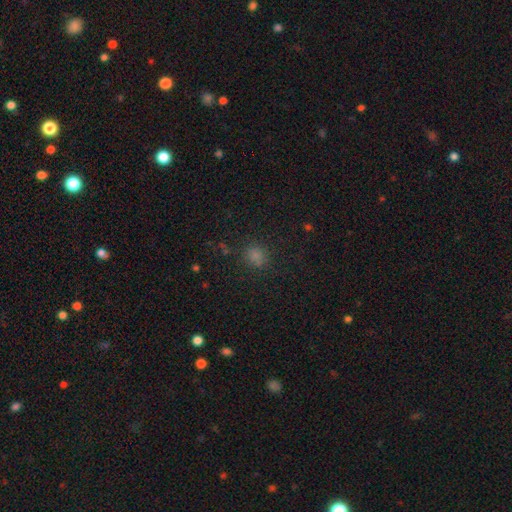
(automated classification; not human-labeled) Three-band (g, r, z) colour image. It shows a smooth galaxy with no disk features (72%) that is round (75%). Merging: none (85%).